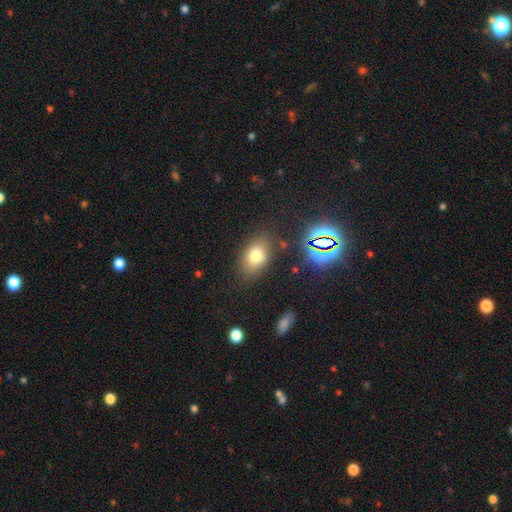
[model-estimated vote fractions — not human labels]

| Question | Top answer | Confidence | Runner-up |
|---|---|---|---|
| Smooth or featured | smooth | 72% | star or artifact (15%) |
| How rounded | in between | 81% | round (17%) |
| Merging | none | 79% | minor disturbance (13%) |